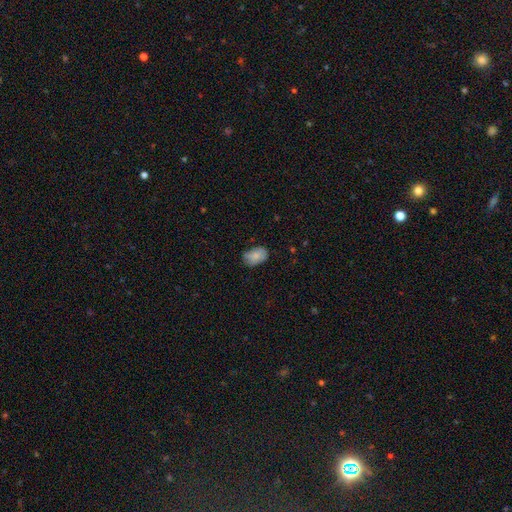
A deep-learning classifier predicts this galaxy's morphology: Smooth or featured?
  - smooth: 76% *
  - featured or disk: 16%
  - star or artifact: 8%
How rounded?
  - in between: 88% *
  - round: 11%
  - cigar-shaped: 1%
Merging?
  - none: 59% *
  - minor disturbance: 32%
  - major disturbance: 7%
  - merger: 2%